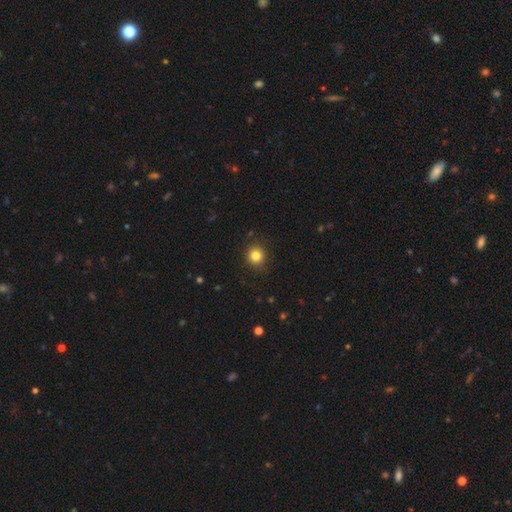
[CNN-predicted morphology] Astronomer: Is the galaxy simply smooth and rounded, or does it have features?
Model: smooth — 82%.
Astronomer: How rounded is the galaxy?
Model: round — 91%.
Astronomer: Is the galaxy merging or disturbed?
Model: none — 90%.